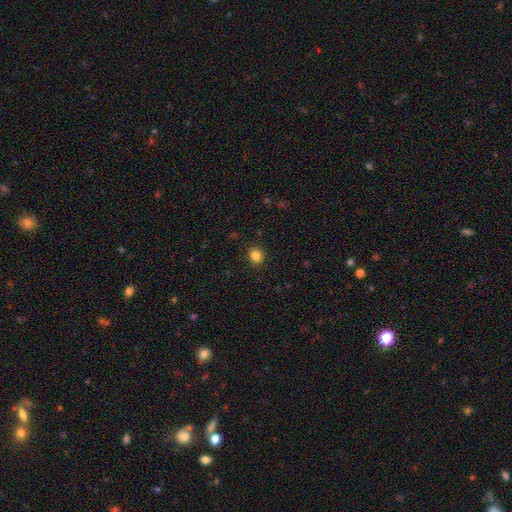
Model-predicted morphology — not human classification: The model was most divided on "how rounded": round: 84%, in between: 15%, cigar-shaped: 1%. More confident: merging — none (91%); smooth or featured — smooth (84%).